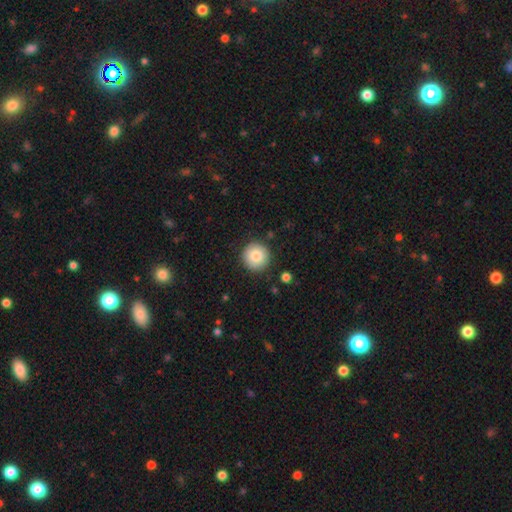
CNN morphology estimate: Smooth or featured? smooth (84%)
How rounded? round (95%)
Merging? none (89%)